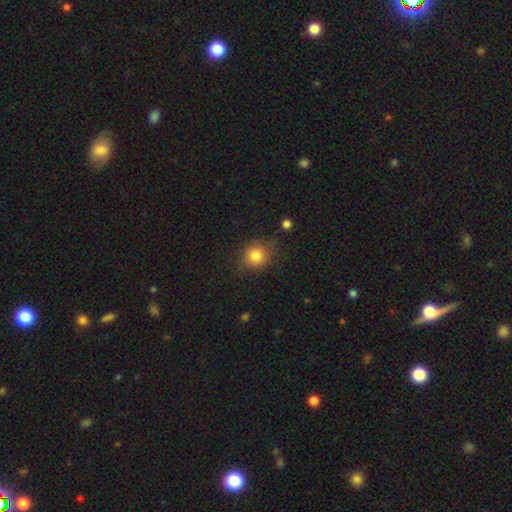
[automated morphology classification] Smooth or featured? Predicted: smooth (p=0.82). How rounded? Predicted: round (p=0.83). Merging? Predicted: none (p=0.76).